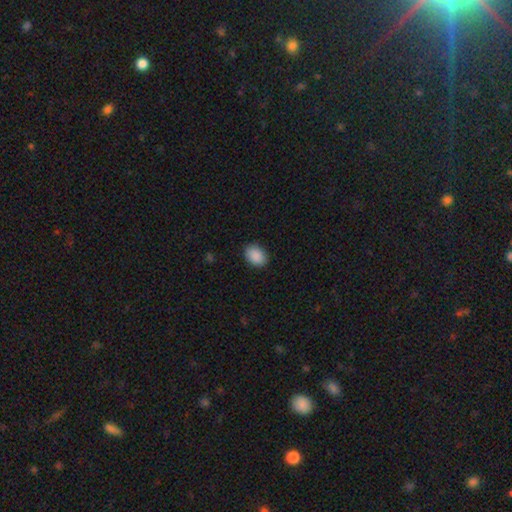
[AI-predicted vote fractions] Morphology: type=smooth (90%); roundness=in between (69%); merging=none (87%).